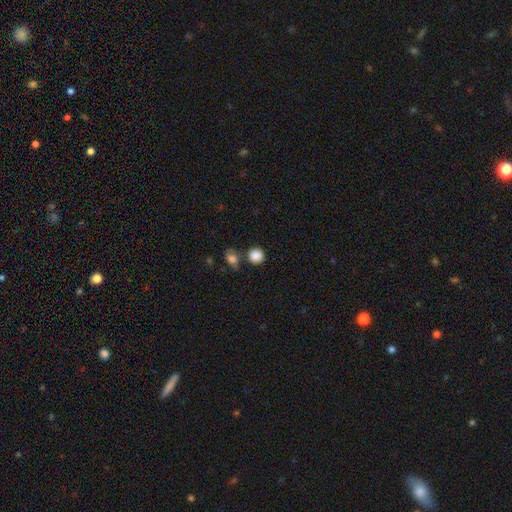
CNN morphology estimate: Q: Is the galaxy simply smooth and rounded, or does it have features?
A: smooth — 87%.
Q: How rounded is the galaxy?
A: round — 86%.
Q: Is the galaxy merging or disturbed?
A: none — 72%.